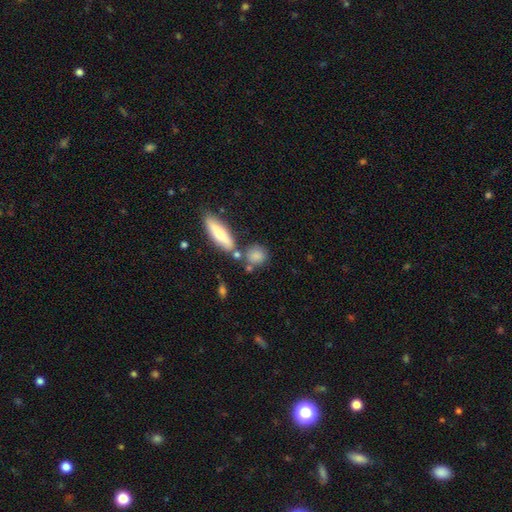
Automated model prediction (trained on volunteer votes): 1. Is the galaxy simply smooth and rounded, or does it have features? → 81% smooth, 11% featured or disk, 9% star or artifact.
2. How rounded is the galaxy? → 62% round, 30% in between, 9% cigar-shaped.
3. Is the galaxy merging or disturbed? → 67% none, 15% merger, 14% minor disturbance, 5% major disturbance.